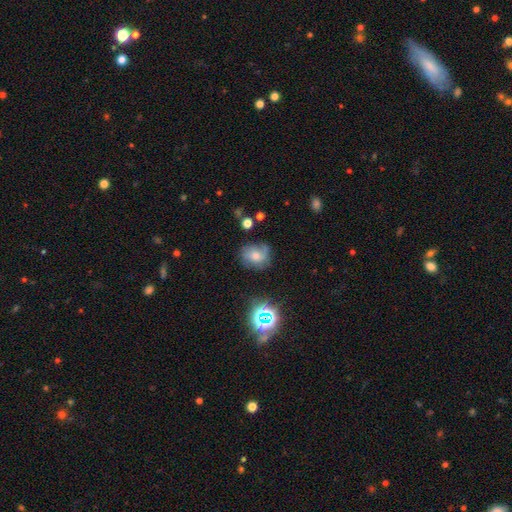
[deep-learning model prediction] Smooth or featured? smooth (41%)
Merging? none (62%)